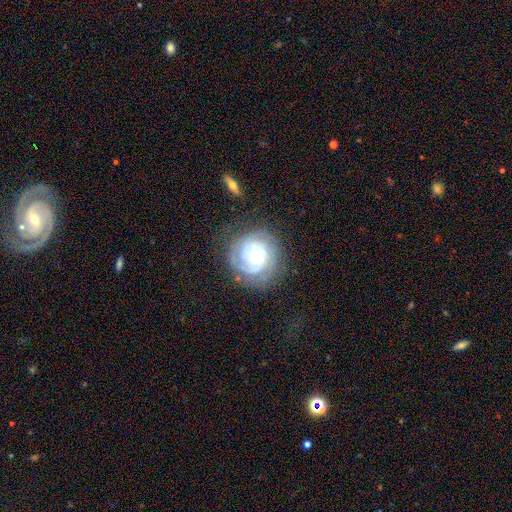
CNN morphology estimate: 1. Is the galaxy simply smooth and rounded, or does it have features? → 77% featured or disk, 16% smooth, 7% star or artifact.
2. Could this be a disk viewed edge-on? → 98% no, 2% yes.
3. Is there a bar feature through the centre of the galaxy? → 75% no, 21% weak, 4% strong.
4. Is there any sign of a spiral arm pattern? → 91% yes, 9% no.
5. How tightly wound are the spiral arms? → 66% tight, 26% medium, 8% loose.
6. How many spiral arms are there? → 32% can't tell, 31% 2, 21% 3, 7% 1, 6% 4, 4% more than 4.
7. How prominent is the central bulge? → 55% small, 39% moderate, 4% large, 1% none, 1% dominant.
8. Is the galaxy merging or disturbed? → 72% none, 16% minor disturbance, 9% major disturbance, 2% merger.